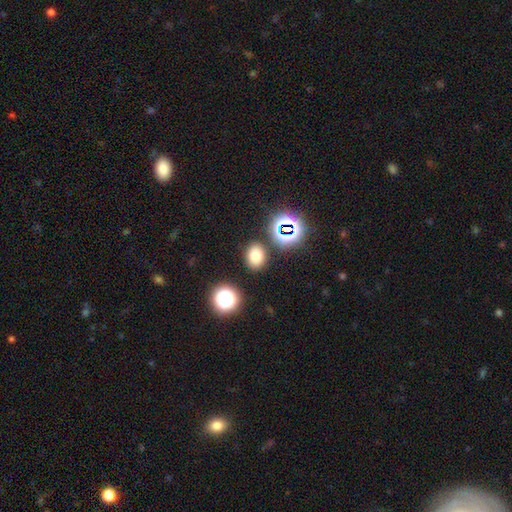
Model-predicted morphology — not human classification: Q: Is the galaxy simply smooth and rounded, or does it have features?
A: smooth — 73%.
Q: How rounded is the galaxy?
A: in between — 54%.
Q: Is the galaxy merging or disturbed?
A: none — 84%.